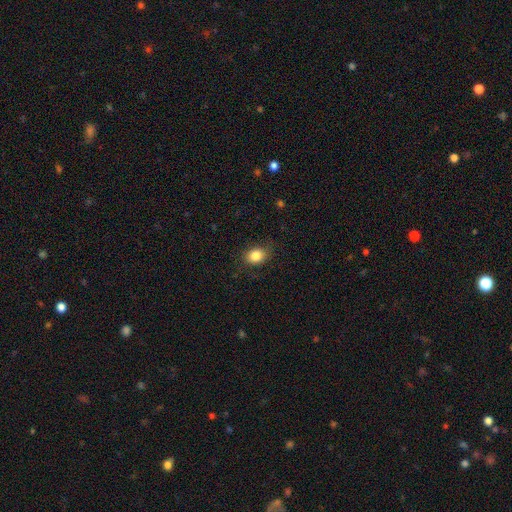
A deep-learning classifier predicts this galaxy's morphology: Smooth or featured: smooth — 84% (star or artifact — 9%)
How rounded: in between — 60% (round — 39%)
Merging: none — 83% (minor disturbance — 13%)